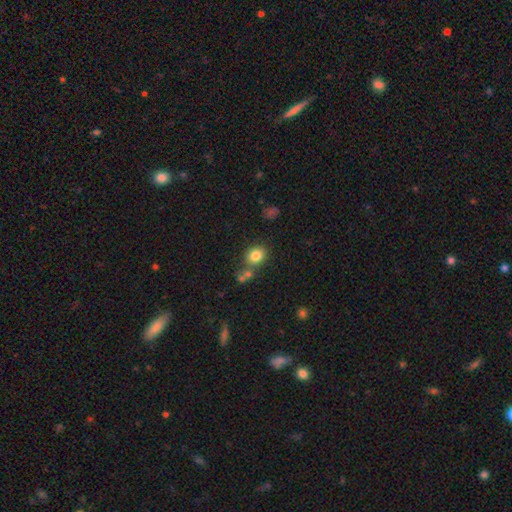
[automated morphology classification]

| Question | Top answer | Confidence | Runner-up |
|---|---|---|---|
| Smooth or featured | smooth | 82% | star or artifact (11%) |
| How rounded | round | 57% | in between (42%) |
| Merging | none | 66% | merger (17%) |